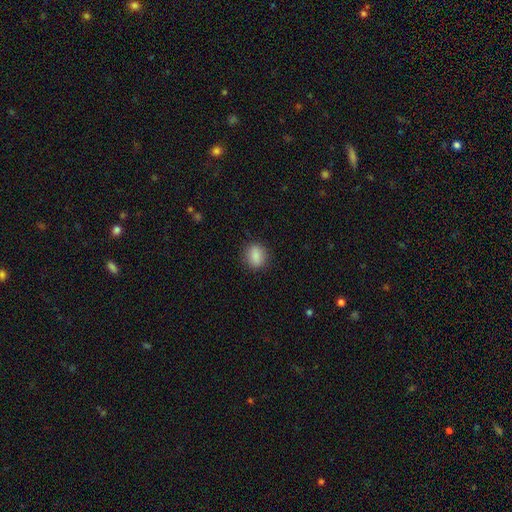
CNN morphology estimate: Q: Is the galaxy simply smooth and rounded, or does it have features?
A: smooth — 87%.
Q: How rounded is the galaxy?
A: round — 56%.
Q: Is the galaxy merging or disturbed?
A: none — 86%.